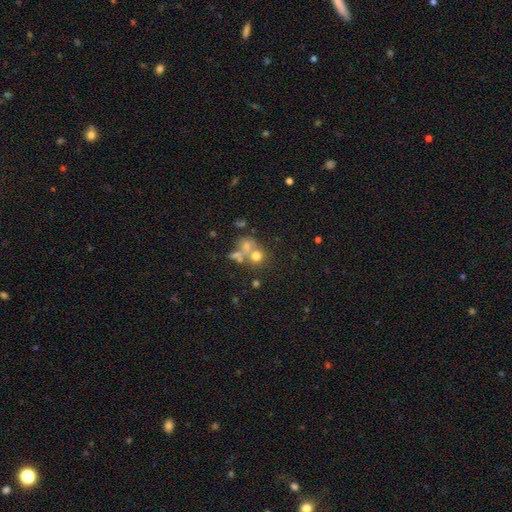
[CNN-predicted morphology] Smooth or featured? Predicted: smooth (p=0.59). How rounded? Predicted: round (p=0.77). Merging? Predicted: merger (p=0.44).